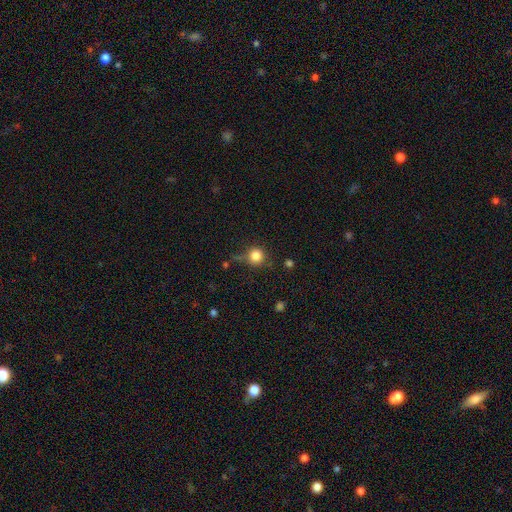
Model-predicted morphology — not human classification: Smooth or featured? smooth (82%)
How rounded? round (93%)
Merging? none (71%)